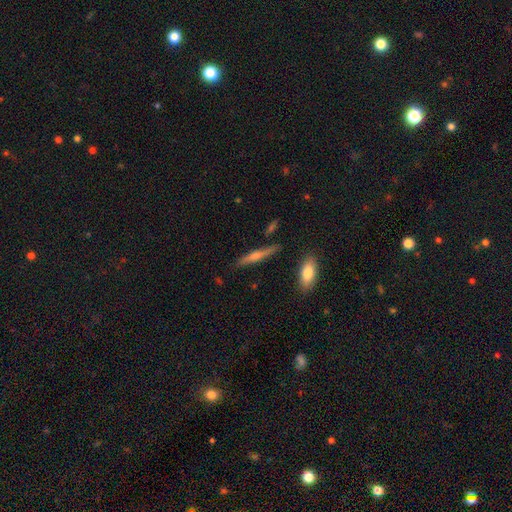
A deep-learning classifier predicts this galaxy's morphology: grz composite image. It shows a featured or disk galaxy (55%) viewed edge-on (95%) with a rounded central bulge (77%). Merging: none (84%).